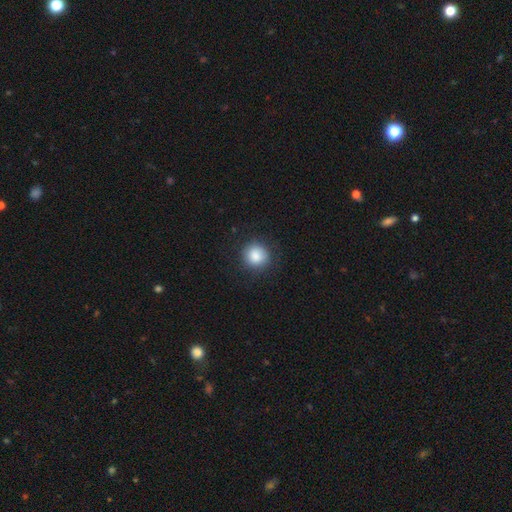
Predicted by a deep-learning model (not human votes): This appears to be a smooth galaxy with no disk features (87%) that is round (91%). Merging: none (86%).